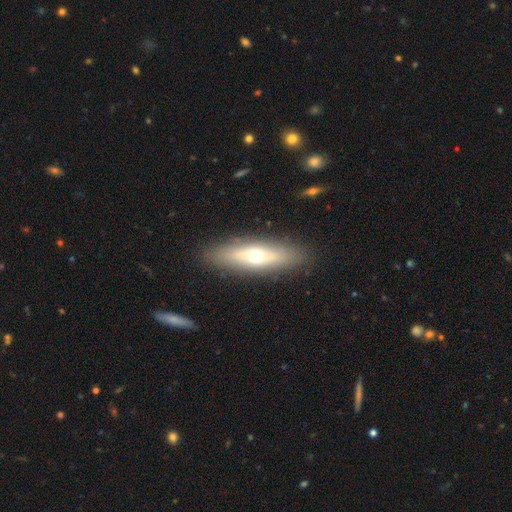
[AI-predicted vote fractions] Smooth or featured: smooth — 50% (featured or disk — 43%)
How rounded: cigar-shaped — 59% (in between — 39%)
Merging: none — 87% (minor disturbance — 9%)